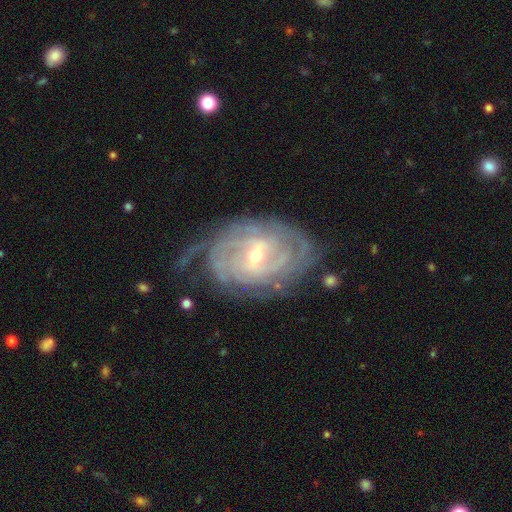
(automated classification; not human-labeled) smooth-or-featured: featured or disk: 88% | smooth: 6% | star or artifact: 6%
  disk-edge-on: no: 96% | yes: 4%
    bar: weak: 50% | no: 25% | strong: 25%
    has-spiral-arms: yes: 96% | no: 4%
      spiral-winding: tight: 76% | medium: 20% | loose: 4%
      spiral-arm-count: can't tell: 35% | 2: 19% | 4: 16% | 3: 16% | more than 4: 8% | 1: 5%
    bulge-size: small: 55% | moderate: 42% | large: 2% | none: 1% | dominant: 1%
  merging: none: 66% | minor disturbance: 21% | major disturbance: 10% | merger: 2%